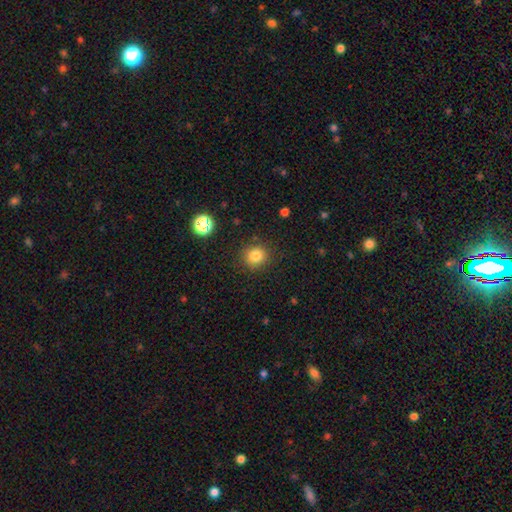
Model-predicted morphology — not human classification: Smooth or featured? smooth (81%)
How rounded? round (88%)
Merging? none (88%)